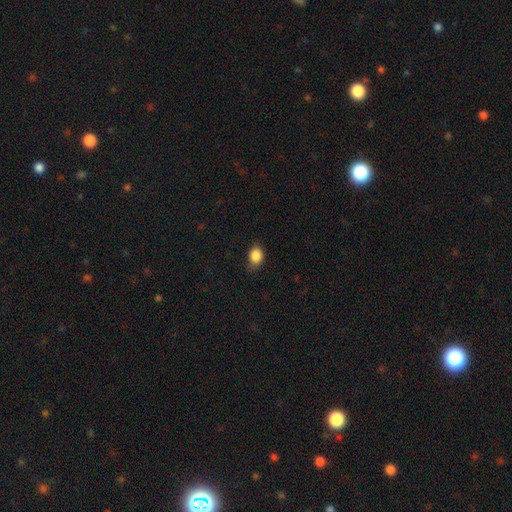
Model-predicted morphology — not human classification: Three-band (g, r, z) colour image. It shows a smooth galaxy with no disk features (86%) that is in between round and cigar-shaped (62%). Merging: none (64%).